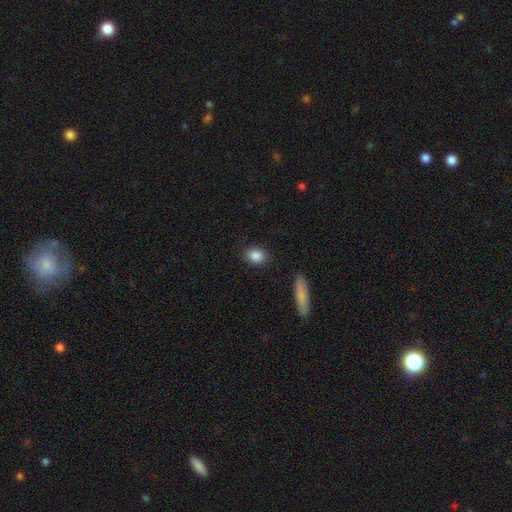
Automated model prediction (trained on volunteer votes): Overall: smooth (87%). How rounded: in between (57%; round 41%). Merging: none (87%).